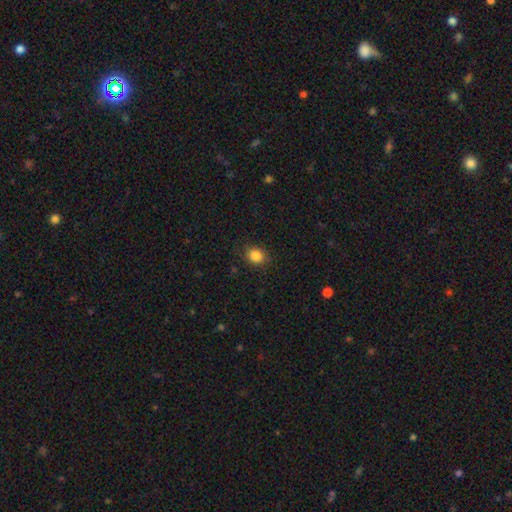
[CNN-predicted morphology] A smooth galaxy with no disk features (85%) that is round (59%). Merging: none (86%).